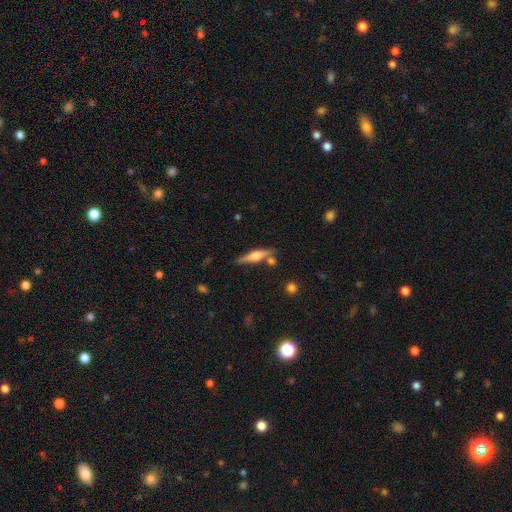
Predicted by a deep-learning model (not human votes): Smooth or featured? featured or disk (64%)
Edge-on disk? yes (97%)
Edge-on bulge? rounded (83%)
Merging? none (79%)